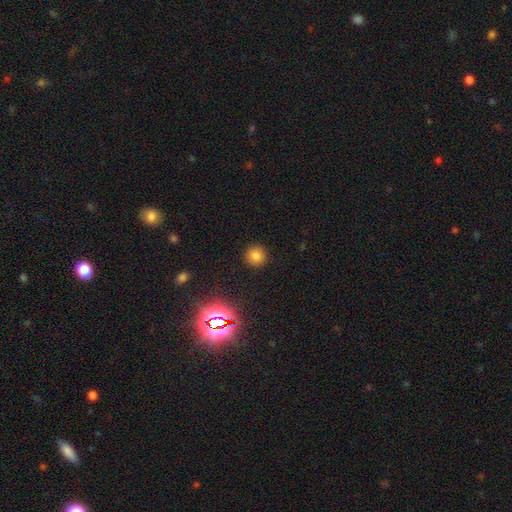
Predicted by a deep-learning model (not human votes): Morphology: type=smooth (78%); roundness=round (94%); merging=none (91%).